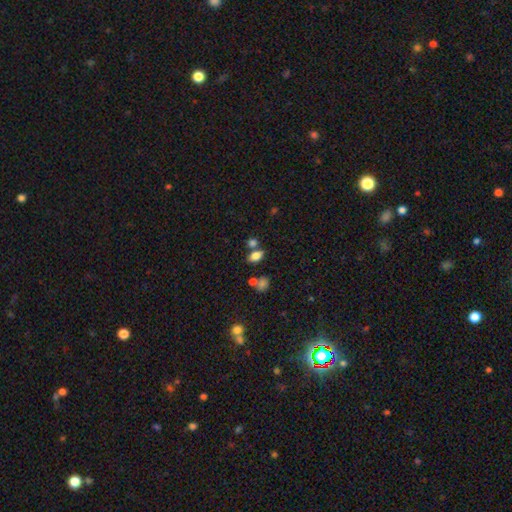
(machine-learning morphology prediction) This is likely a smooth galaxy (78%). How rounded: clearly in between (85%). Merging: likely none (61%).